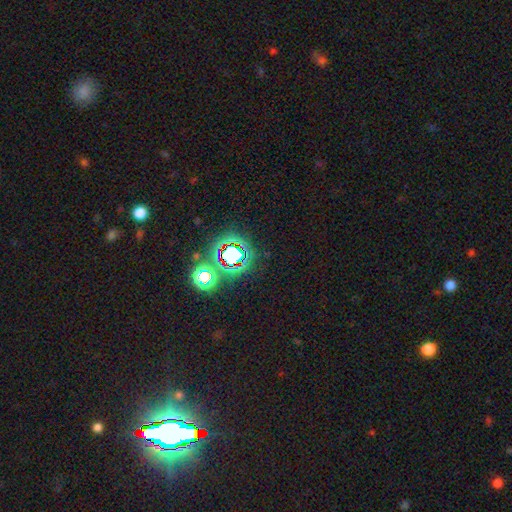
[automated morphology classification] type=star or artifact (76%).